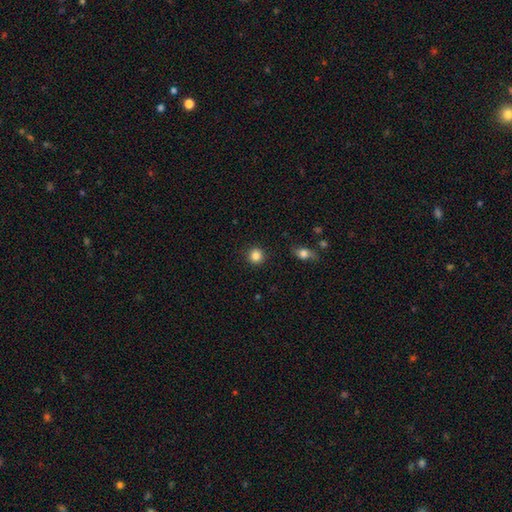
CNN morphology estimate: smooth 86%, star or artifact 10%, featured or disk 4%. Down the decision tree: how rounded — round (92%); merging — none (90%).